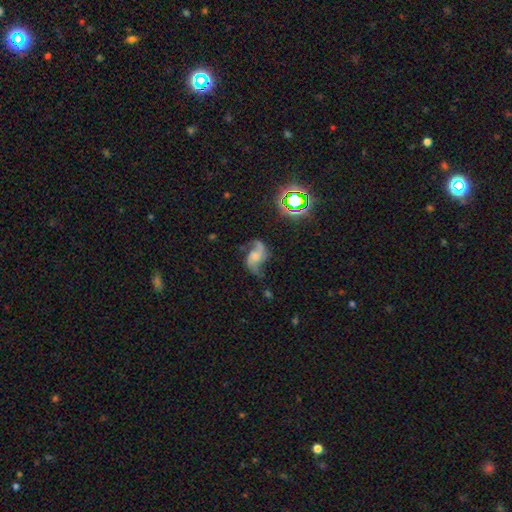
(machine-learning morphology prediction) Q: Smooth or featured?
A: featured or disk (78%); runner-up: smooth (12%)
Q: Edge-on disk?
A: no (97%); runner-up: yes (3%)
Q: Bar?
A: no (60%); runner-up: weak (31%)
Q: Spiral arms?
A: yes (95%); runner-up: no (5%)
Q: Spiral winding?
A: loose (72%); runner-up: medium (23%)
Q: Spiral arm count?
A: 2 (90%); runner-up: 1 (5%)
Q: Bulge size?
A: none (31%); tied with: small (31%)
Q: Merging?
A: none (57%); runner-up: minor disturbance (22%)